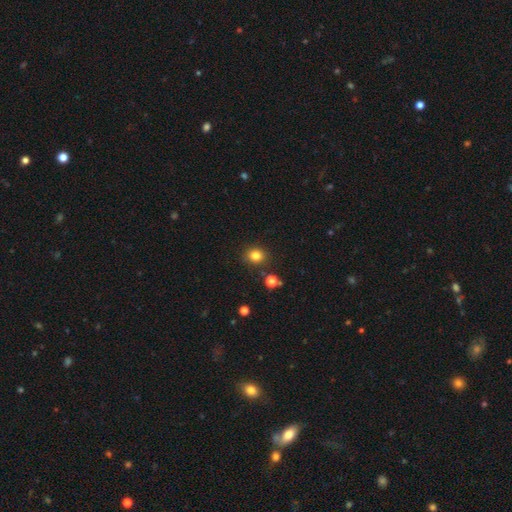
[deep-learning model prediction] A smooth galaxy with no disk features (81%) that is round (74%). Merging: none (84%).